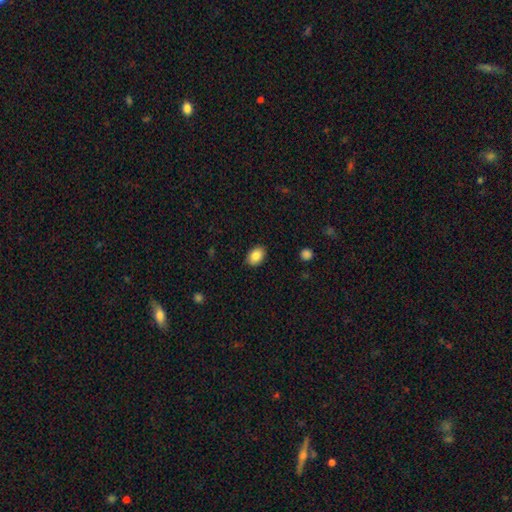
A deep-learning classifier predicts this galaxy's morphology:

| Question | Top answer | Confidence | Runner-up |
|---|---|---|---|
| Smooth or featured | smooth | 86% | star or artifact (8%) |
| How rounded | in between | 81% | round (18%) |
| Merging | none | 88% | minor disturbance (9%) |